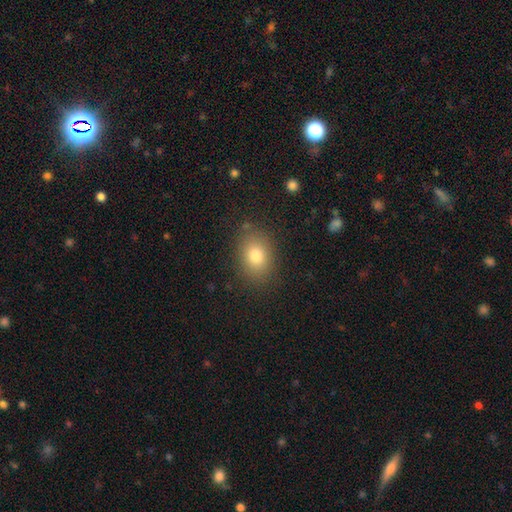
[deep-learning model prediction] smooth-or-featured: smooth: 78% | star or artifact: 12% | featured or disk: 11%
  how-rounded: in between: 68% | round: 31% | cigar-shaped: 1%
  merging: none: 84% | minor disturbance: 11% | major disturbance: 4% | merger: 2%